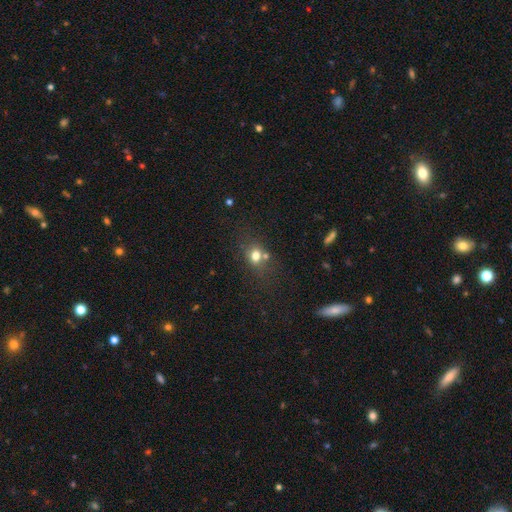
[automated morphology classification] Smooth or featured? Predicted: smooth (p=0.71). How rounded? Predicted: round (p=0.55). Merging? Predicted: none (p=0.56).